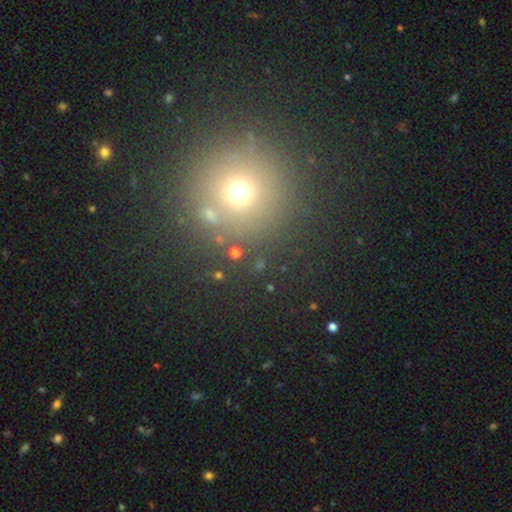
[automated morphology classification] The model was most divided on "smooth or featured": smooth: 57%, star or artifact: 34%, featured or disk: 9%. More confident: how rounded — round (95%); merging — none (85%).